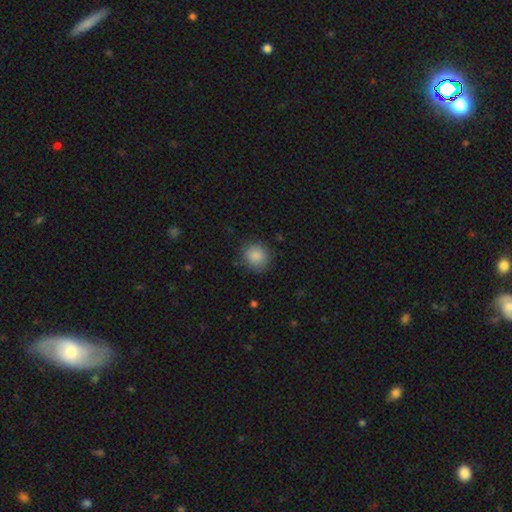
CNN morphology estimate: This appears to be a smooth galaxy with no disk features (87%) that is round (87%). Merging: none (83%).